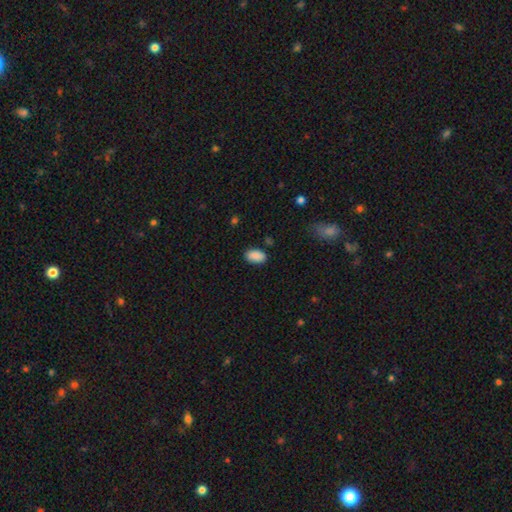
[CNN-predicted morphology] This appears to be a smooth galaxy with no disk features (89%) that is in between round and cigar-shaped (93%). Merging: none (85%).